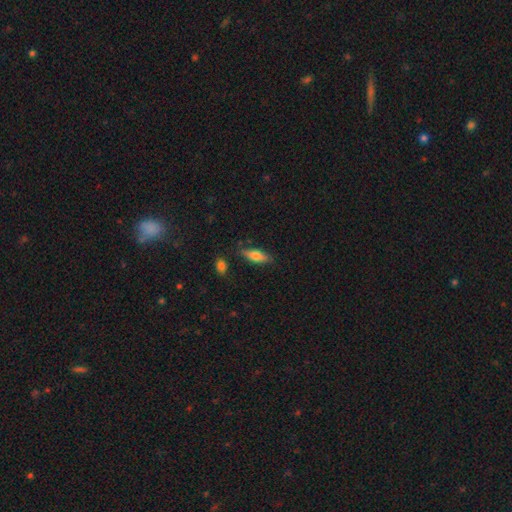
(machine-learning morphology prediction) A smooth galaxy with no disk features (69%) that is in between round and cigar-shaped (61%).

Vote fractions:
- Smooth or featured? smooth: 69% / featured or disk: 24% / star or artifact: 7%
- How rounded? in between: 61% / cigar-shaped: 37% / round: 3%
- Merging? none: 79% / minor disturbance: 15% / major disturbance: 3% / merger: 3%